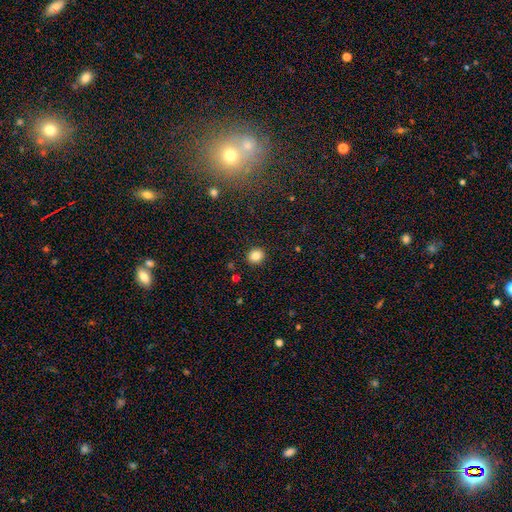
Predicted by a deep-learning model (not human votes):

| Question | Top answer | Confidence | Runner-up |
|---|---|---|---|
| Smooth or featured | smooth | 83% | star or artifact (11%) |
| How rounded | round | 82% | in between (17%) |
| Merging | none | 91% | minor disturbance (6%) |